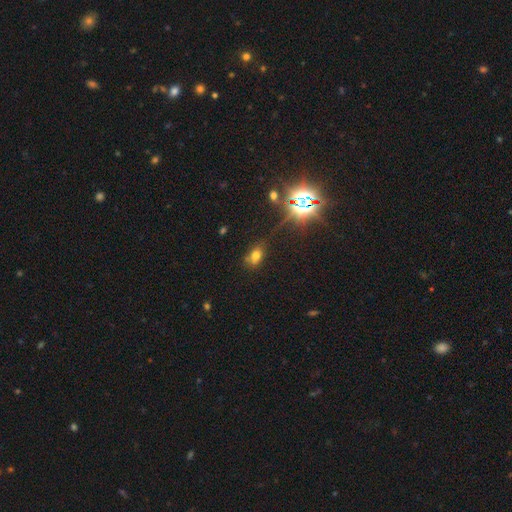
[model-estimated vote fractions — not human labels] Overall: smooth (65%). How rounded: in between (75%). Merging: none (57%; minor disturbance 23%).